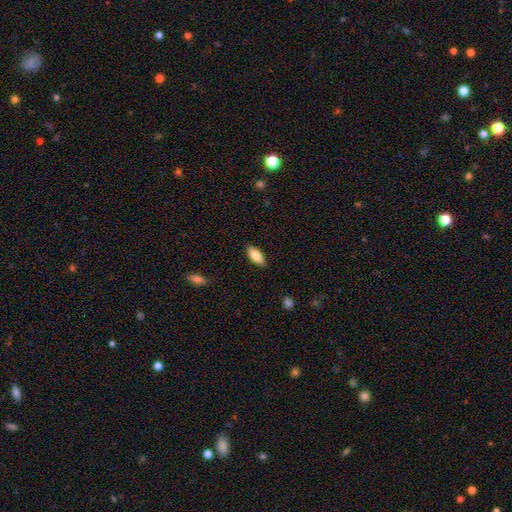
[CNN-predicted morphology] Smooth or featured: smooth — 83% (featured or disk — 10%)
How rounded: in between — 87% (cigar-shaped — 11%)
Merging: none — 87% (minor disturbance — 10%)